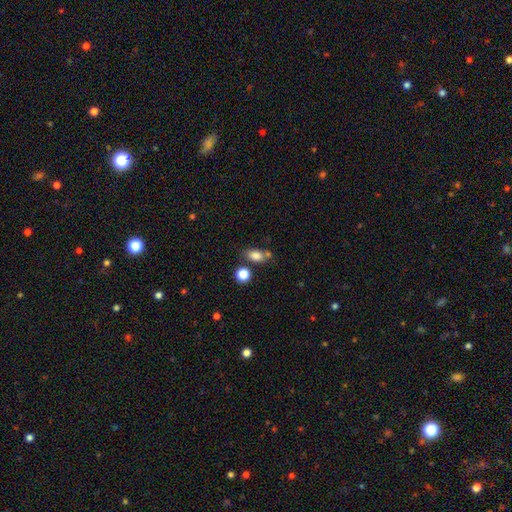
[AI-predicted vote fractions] The model was most divided on "merging": none: 62%, merger: 17%, minor disturbance: 16%, major disturbance: 6%. More confident: smooth or featured — smooth (81%); how rounded — in between (79%).